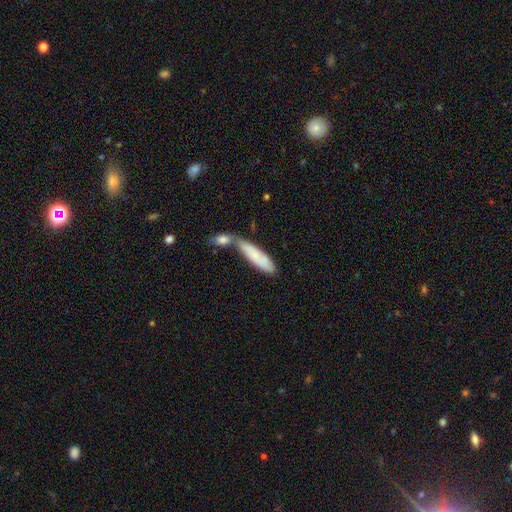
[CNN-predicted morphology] The model was most divided on "merging": merger: 43%, none: 36%, minor disturbance: 15%, major disturbance: 5%. More confident: smooth or featured — smooth (71%); how rounded — cigar-shaped (66%).